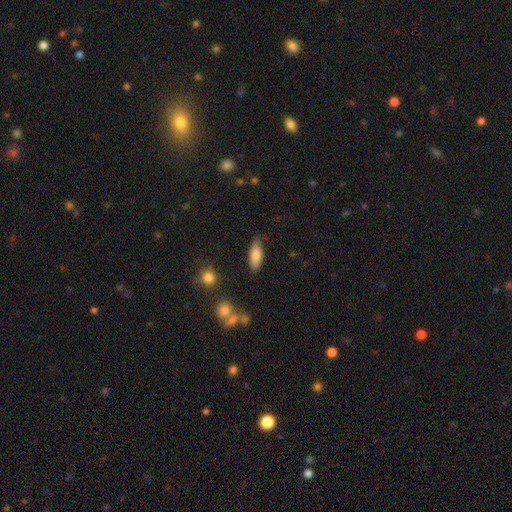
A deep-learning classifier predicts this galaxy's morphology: Smooth or featured? smooth (80%)
How rounded? in between (68%)
Merging? none (75%)